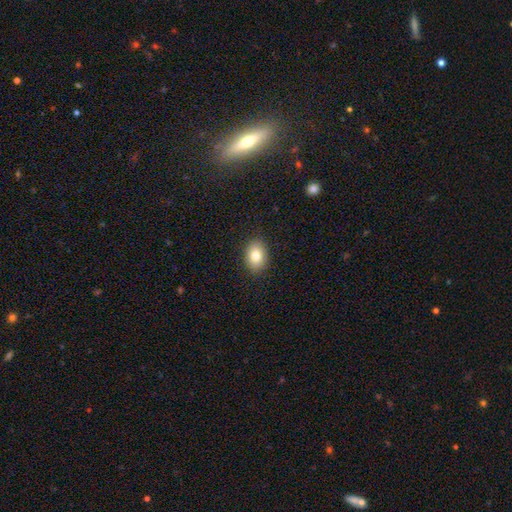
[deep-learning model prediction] smooth_or_featured: smooth (p=0.81) [alt: featured or disk p=0.10]
how_rounded: in between (p=0.76) [alt: round p=0.23]
merging: none (p=0.88) [alt: minor disturbance p=0.09]